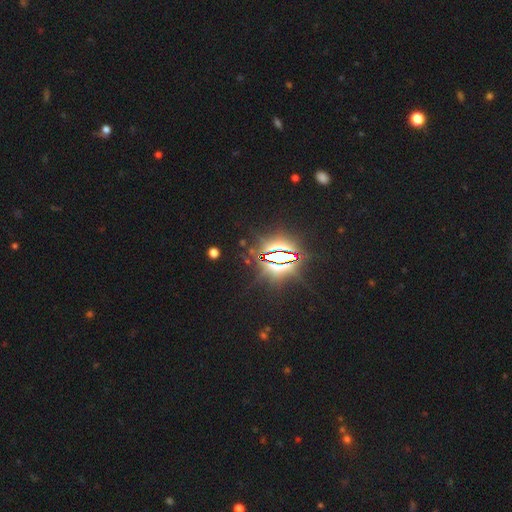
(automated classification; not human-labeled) This is clearly a star or artifact rather than a galaxy (85%).